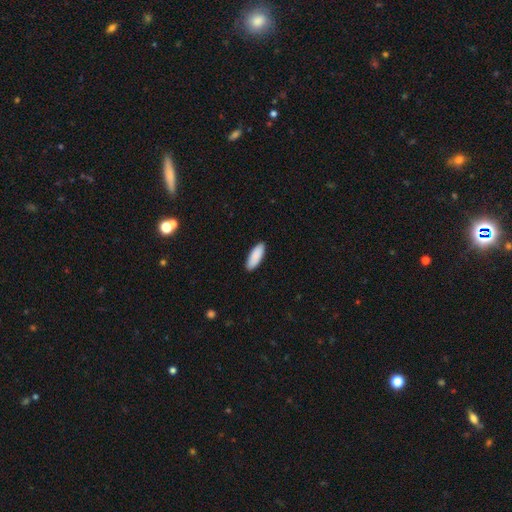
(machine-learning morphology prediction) Smooth or featured? smooth (91%)
How rounded? in between (73%)
Merging? none (90%)